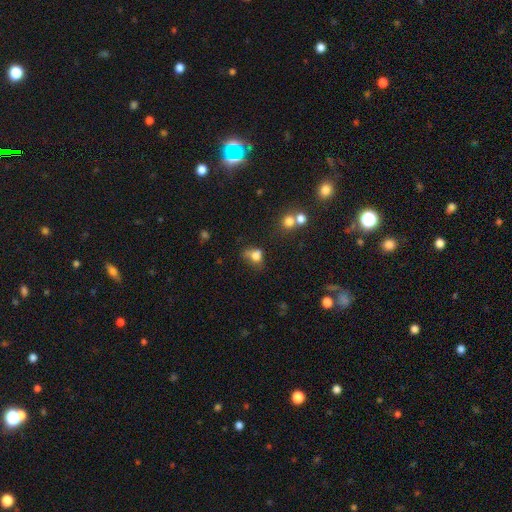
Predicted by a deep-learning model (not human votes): Smooth or featured? smooth (75%)
How rounded? in between (53%)
Merging? none (34%)